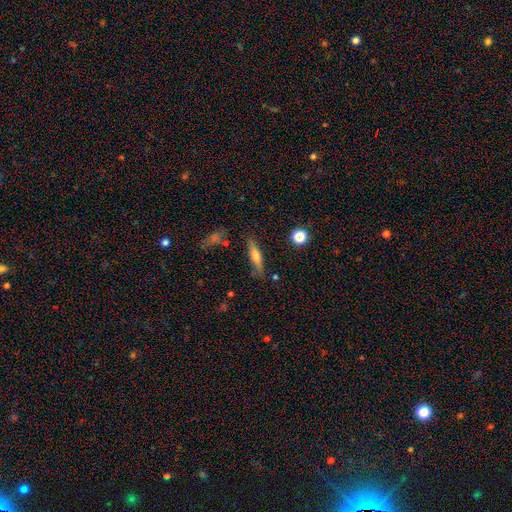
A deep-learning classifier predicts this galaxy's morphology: smooth-or-featured: smooth: 47% | featured or disk: 45% | star or artifact: 8%
  merging: none: 82% | minor disturbance: 12% | merger: 4% | major disturbance: 3%